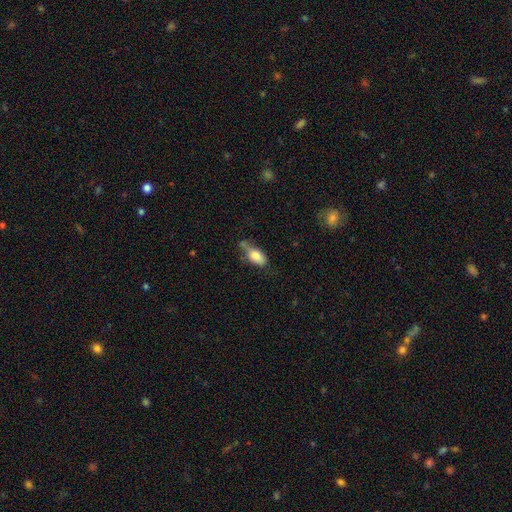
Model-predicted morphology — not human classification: Smooth or featured?
  - smooth: 78% *
  - featured or disk: 15%
  - star or artifact: 7%
How rounded?
  - in between: 86% *
  - cigar-shaped: 10%
  - round: 4%
Merging?
  - none: 40% *
  - minor disturbance: 36%
  - major disturbance: 15%
  - merger: 9%